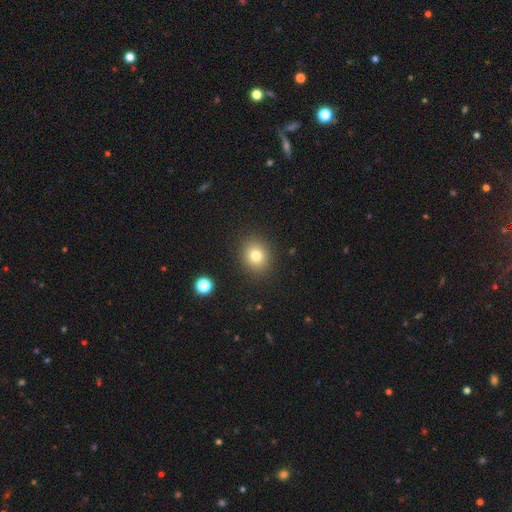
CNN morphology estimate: A smooth galaxy with no disk features (78%) that is round (73%). Merging: none (89%).